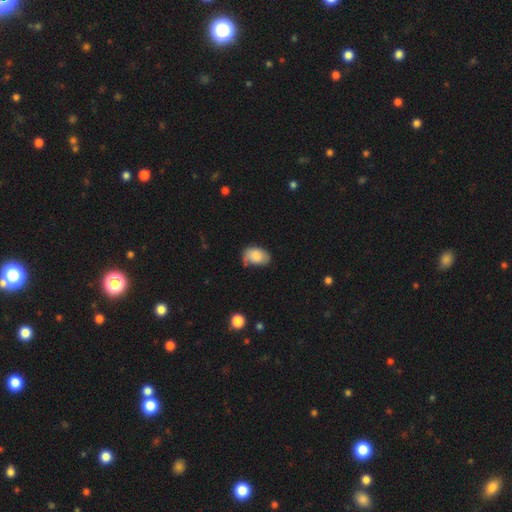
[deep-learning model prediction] smooth_or_featured: smooth (p=0.82) [alt: featured or disk p=0.10]
how_rounded: in between (p=0.88) [alt: round p=0.11]
merging: none (p=0.55) [alt: minor disturbance p=0.32]